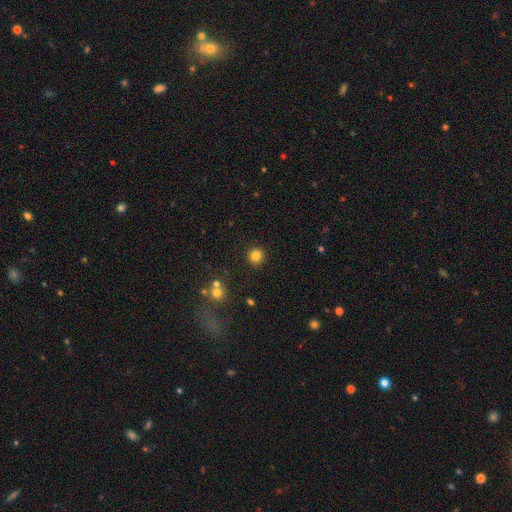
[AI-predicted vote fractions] This appears to be a smooth galaxy with no disk features (82%) that is round (94%). Merging: none (91%).